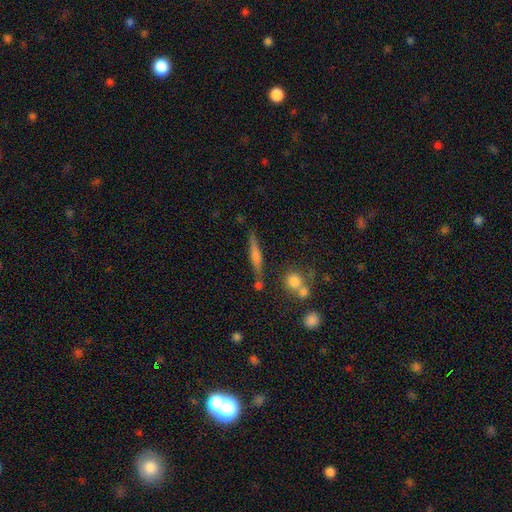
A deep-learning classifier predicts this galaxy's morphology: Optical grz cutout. It shows a featured or disk galaxy (46%). Merging: none (76%).